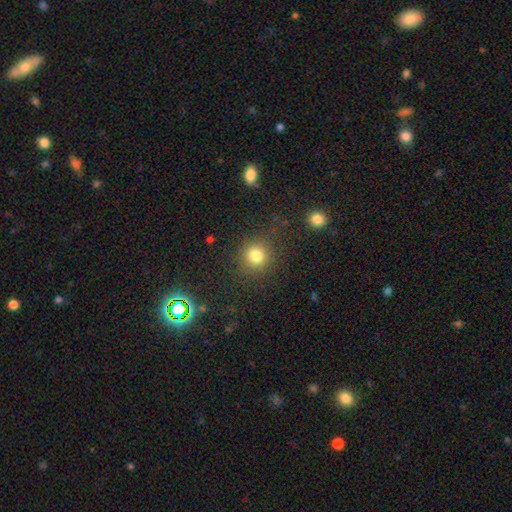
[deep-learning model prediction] Overall: smooth (80%). How rounded: round (89%). Merging: none (84%).